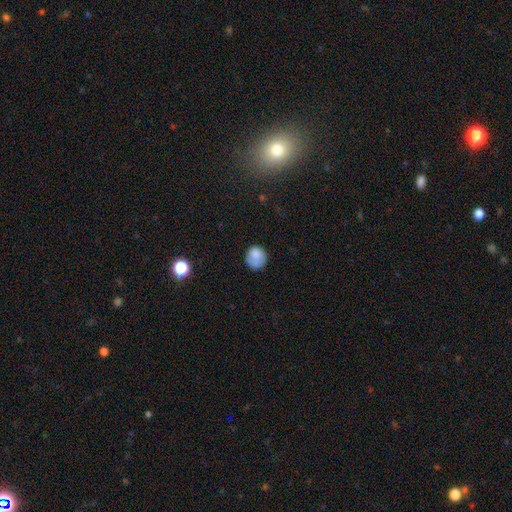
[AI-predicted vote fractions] smooth_or_featured: smooth (p=0.80) [alt: featured or disk p=0.10]
how_rounded: round (p=0.79) [alt: in between p=0.20]
merging: none (p=0.65) [alt: minor disturbance p=0.23]